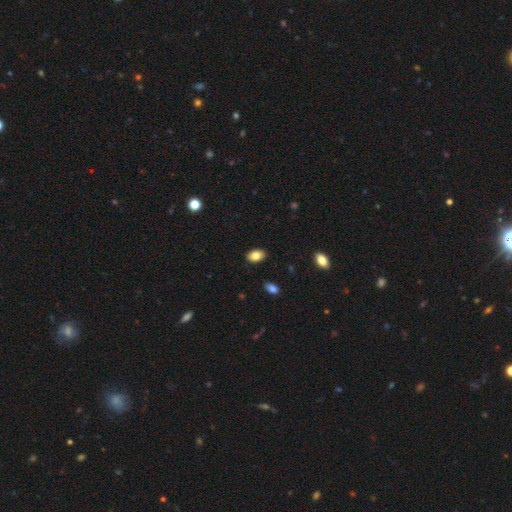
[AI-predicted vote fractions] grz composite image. It shows a smooth galaxy with no disk features (83%) that is in between round and cigar-shaped (89%). Merging: none (88%).